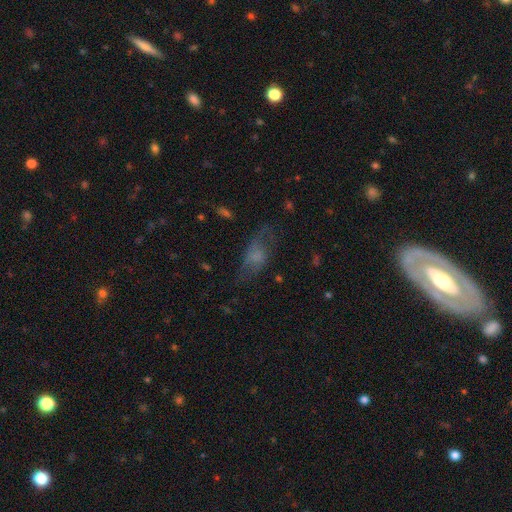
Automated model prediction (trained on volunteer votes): Smooth or featured: smooth — 52% (featured or disk — 35%)
How rounded: in between — 80% (cigar-shaped — 13%)
Merging: none — 46% (major disturbance — 27%)